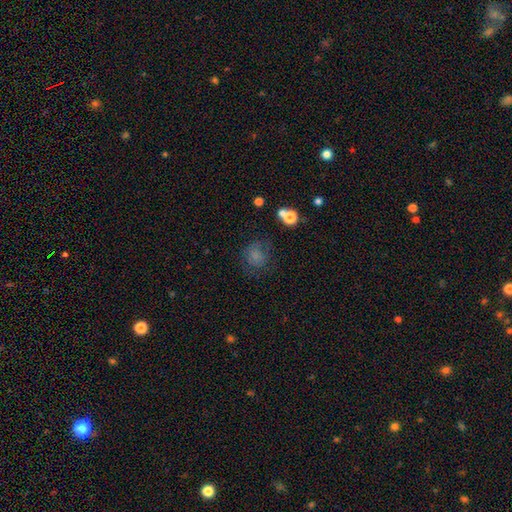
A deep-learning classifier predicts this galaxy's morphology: This is likely a smooth galaxy (66%). How rounded: clearly round (80%). Merging: likely none (66%).